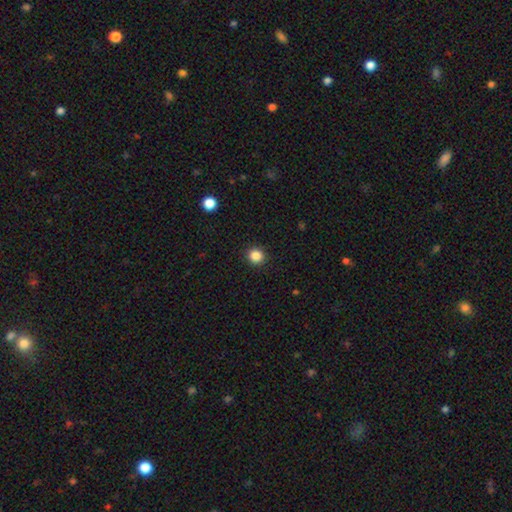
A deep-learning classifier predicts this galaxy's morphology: smooth 86%, star or artifact 11%, featured or disk 3%. Down the decision tree: how rounded — round (91%); merging — none (92%).